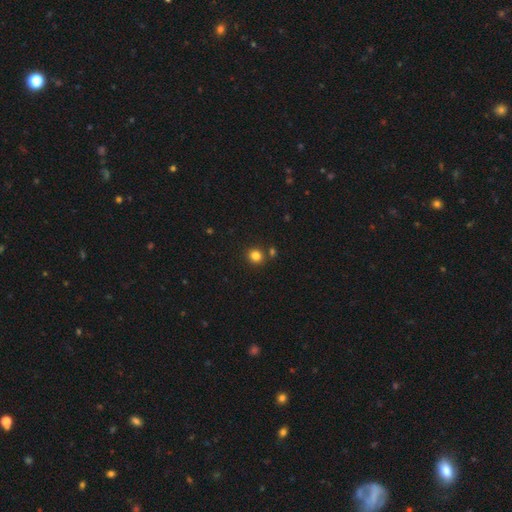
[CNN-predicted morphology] Smooth or featured? smooth (82%)
How rounded? round (86%)
Merging? none (83%)